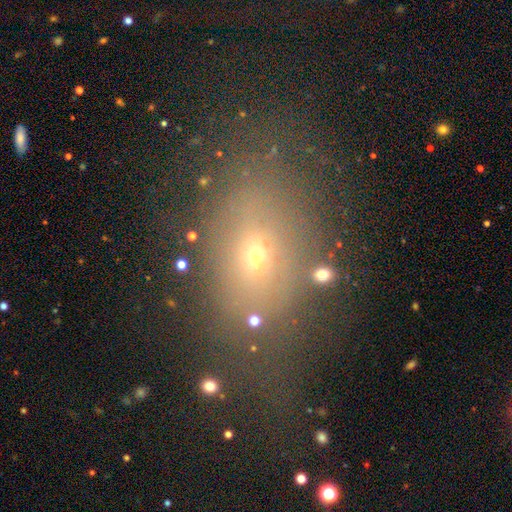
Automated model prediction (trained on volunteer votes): This is possibly a smooth galaxy (56%). How rounded: likely in between (69%). Merging: likely none (73%).